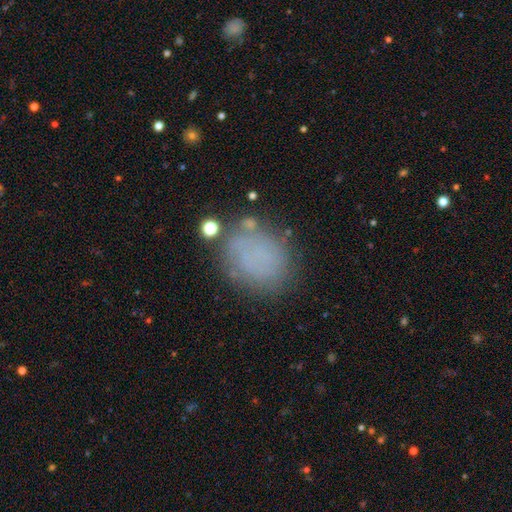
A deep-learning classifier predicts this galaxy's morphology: Smooth or featured: smooth — 64% (featured or disk — 19%)
How rounded: round — 58% (in between — 41%)
Merging: none — 69% (minor disturbance — 18%)